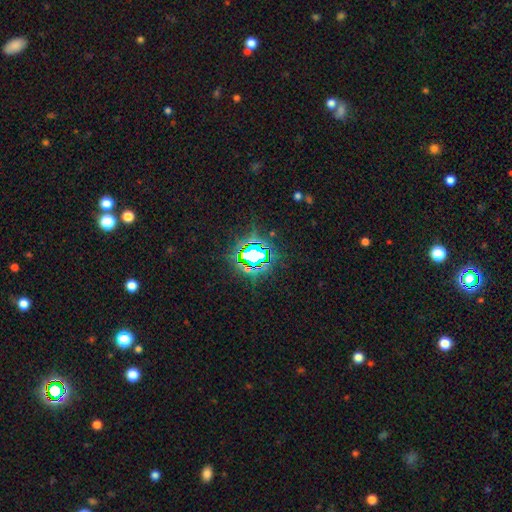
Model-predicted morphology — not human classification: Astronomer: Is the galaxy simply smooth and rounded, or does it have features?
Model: star or artifact — 75%.